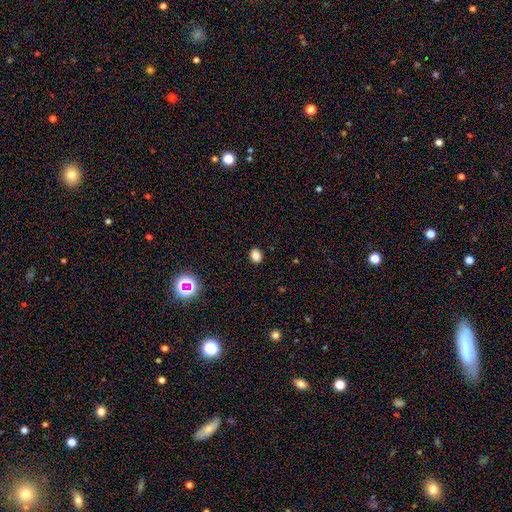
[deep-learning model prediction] Morphology: type=smooth (83%); roundness=in between (53%); merging=none (89%).